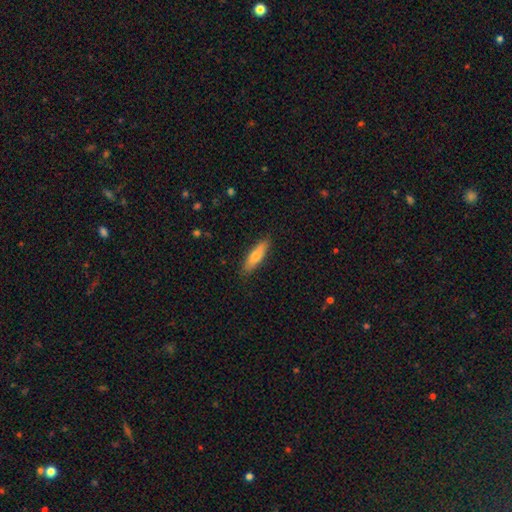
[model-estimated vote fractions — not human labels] smooth 69%, featured or disk 25%, star or artifact 6%. Down the decision tree: how rounded — cigar-shaped (65%); merging — none (88%).